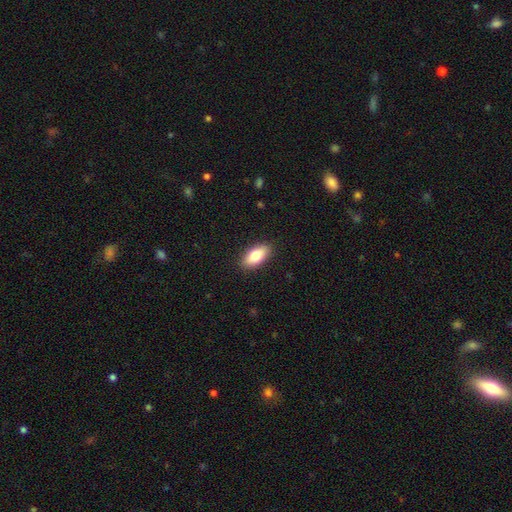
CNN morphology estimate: The model was most divided on "smooth or featured": smooth: 79%, featured or disk: 15%, star or artifact: 7%. More confident: merging — none (89%); how rounded — in between (86%).